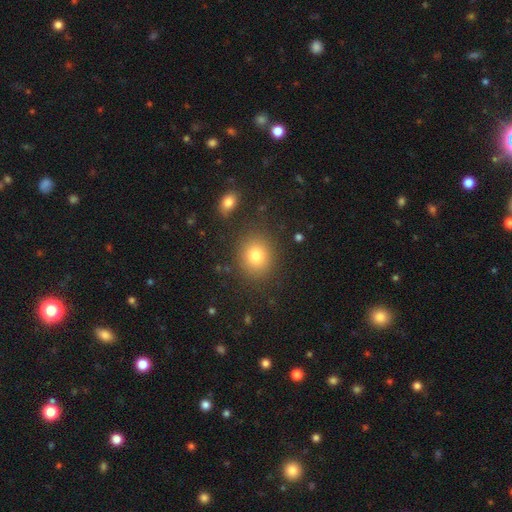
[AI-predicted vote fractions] smooth_or_featured: smooth (p=0.81) [alt: star or artifact p=0.11]
how_rounded: round (p=0.72) [alt: in between p=0.27]
merging: none (p=0.84) [alt: minor disturbance p=0.09]